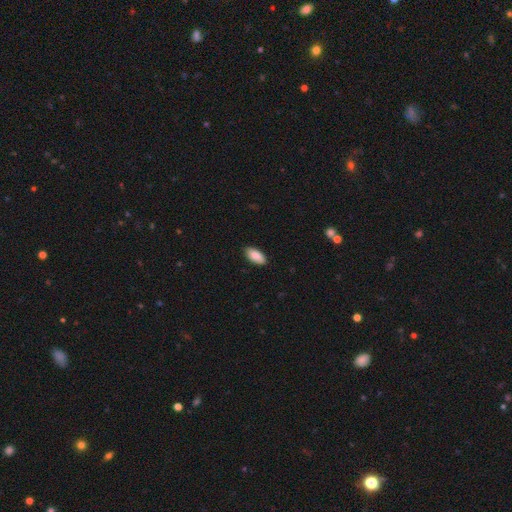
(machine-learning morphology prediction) This is clearly a smooth galaxy (87%). How rounded: clearly in between (91%). Merging: clearly none (88%).